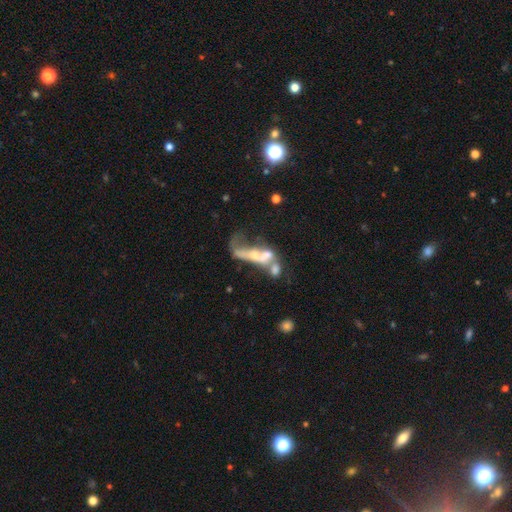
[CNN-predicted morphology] Smooth or featured: featured or disk — 59% (smooth — 29%)
Edge-on disk: no — 80% (yes — 20%)
Merging: merger — 55% (major disturbance — 24%)